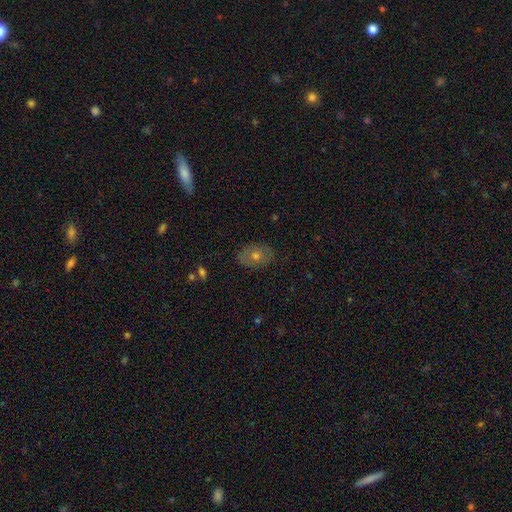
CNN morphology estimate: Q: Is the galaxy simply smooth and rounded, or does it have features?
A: smooth — 56%.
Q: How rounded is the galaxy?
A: in between — 70%.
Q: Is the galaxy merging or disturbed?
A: none — 82%.